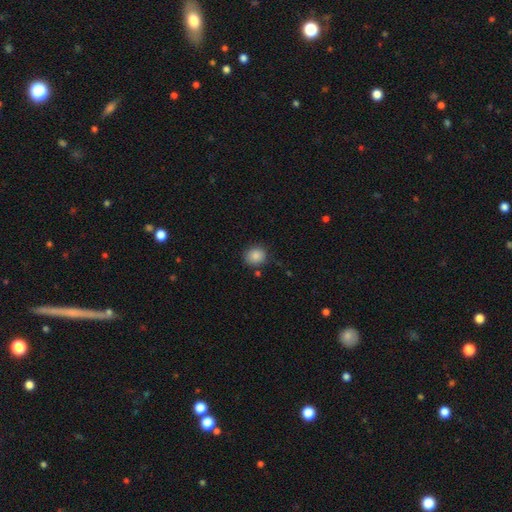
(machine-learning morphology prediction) This is clearly a smooth galaxy (87%). How rounded: likely round (75%). Merging: clearly none (82%).